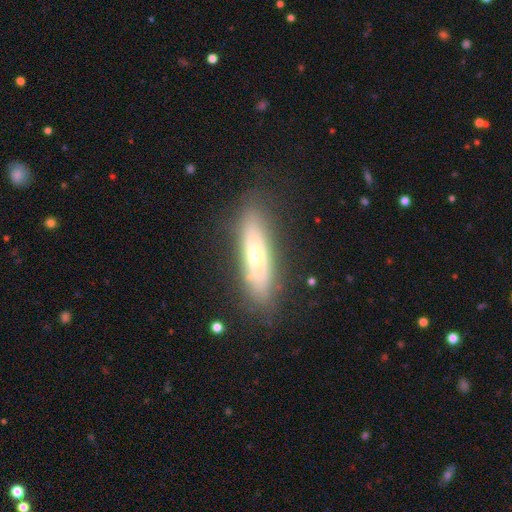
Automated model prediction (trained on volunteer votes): This appears to be a featured or disk galaxy (53%) viewed edge-on (51%). Merging: none (79%).